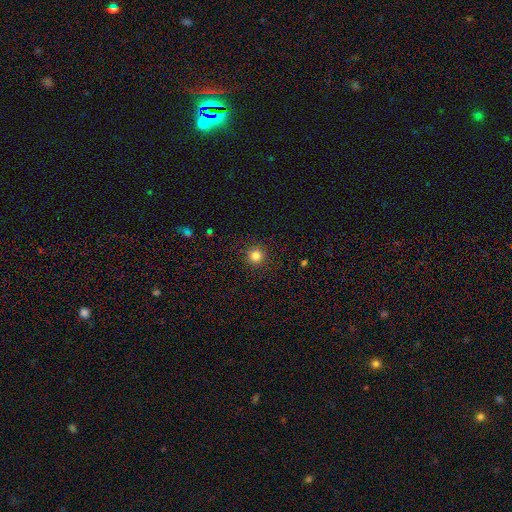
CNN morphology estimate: The model was most divided on "smooth or featured": smooth: 82%, star or artifact: 13%, featured or disk: 5%. More confident: how rounded — round (95%); merging — none (92%).